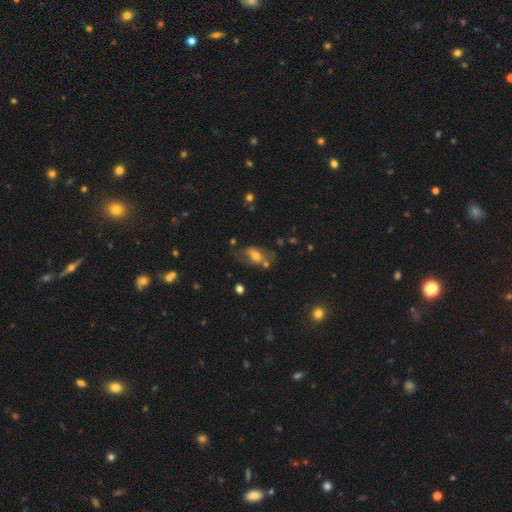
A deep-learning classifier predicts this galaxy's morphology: Overall: smooth (52%; featured or disk 37%). How rounded: in between (82%). Merging: none (50%; minor disturbance 23%).